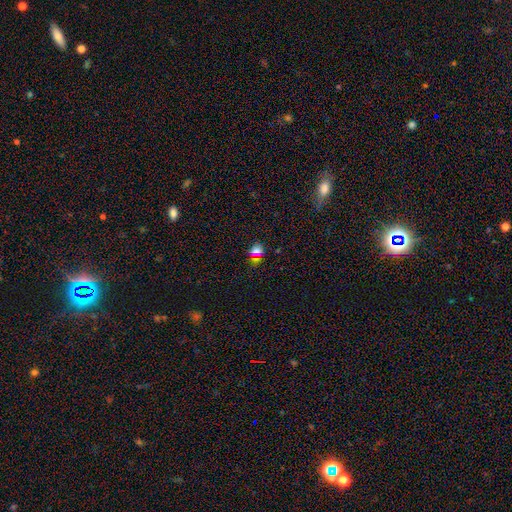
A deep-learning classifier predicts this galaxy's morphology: Smooth or featured? smooth (67%)
How rounded? round (55%)
Merging? none (61%)